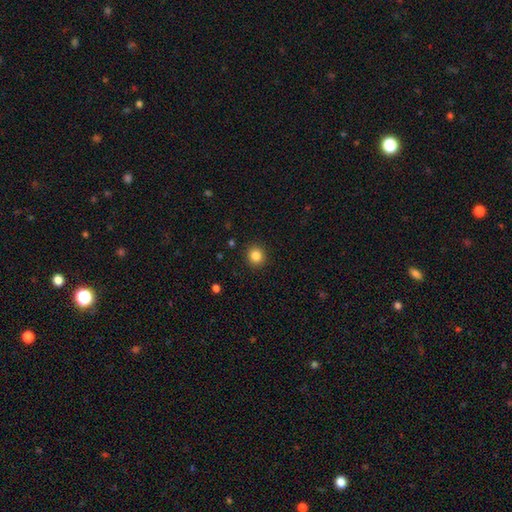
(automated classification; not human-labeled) smooth-or-featured: smooth: 85% | star or artifact: 11% | featured or disk: 4%
  how-rounded: round: 88% | in between: 12% | cigar-shaped: 1%
  merging: none: 91% | minor disturbance: 6% | major disturbance: 2% | merger: 1%